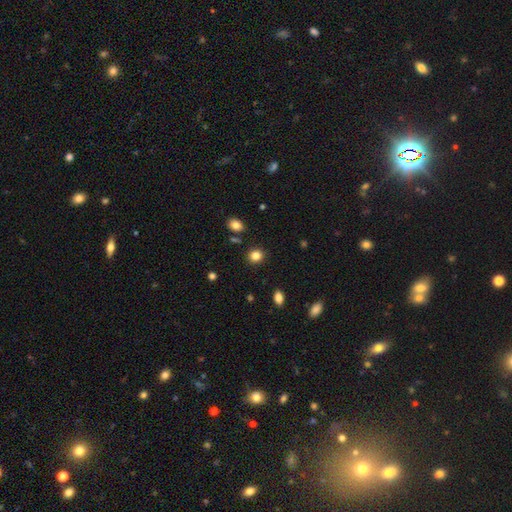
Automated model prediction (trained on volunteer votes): smooth-or-featured: smooth: 84% | star or artifact: 12% | featured or disk: 5%
  how-rounded: round: 78% | in between: 21% | cigar-shaped: 1%
  merging: none: 89% | minor disturbance: 7% | merger: 2% | major disturbance: 2%